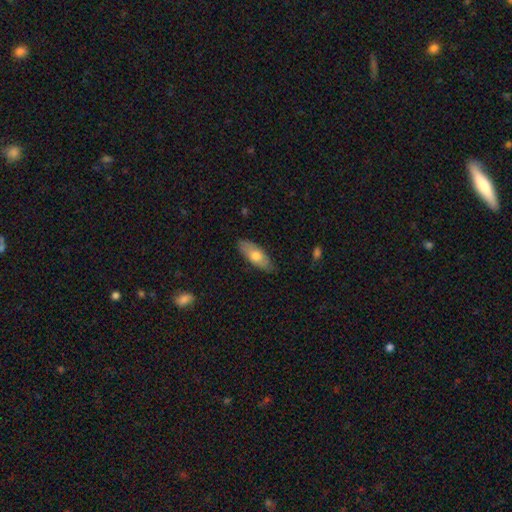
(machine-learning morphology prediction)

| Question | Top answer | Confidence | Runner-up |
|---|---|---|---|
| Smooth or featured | smooth | 68% | featured or disk (26%) |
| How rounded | in between | 76% | cigar-shaped (22%) |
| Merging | none | 82% | minor disturbance (15%) |